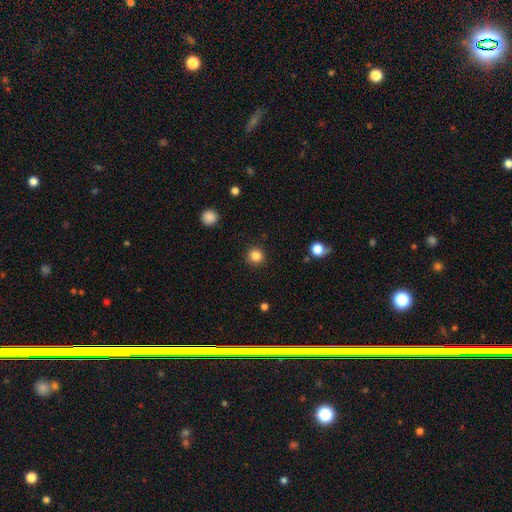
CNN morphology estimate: Smooth or featured: smooth — 84% (star or artifact — 12%)
How rounded: round — 94% (in between — 5%)
Merging: none — 91% (minor disturbance — 6%)